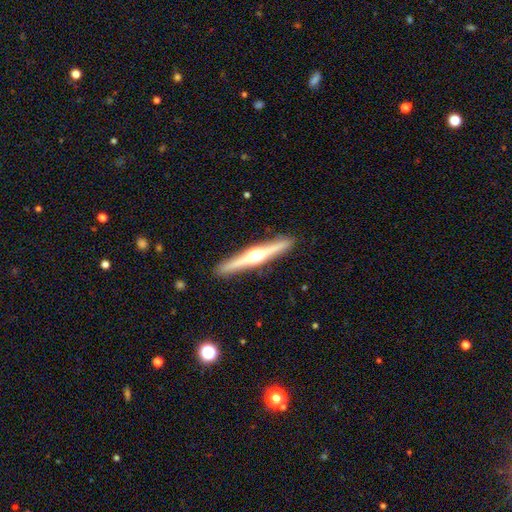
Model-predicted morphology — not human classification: Overall: featured or disk (79%). Edge-on disk: yes (98%). Edge-on bulge: rounded (94%). Merging: none (91%).